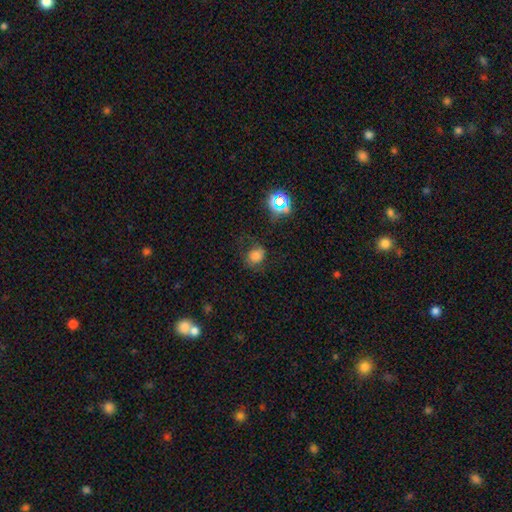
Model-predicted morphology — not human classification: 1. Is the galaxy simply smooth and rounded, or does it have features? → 71% smooth, 19% star or artifact, 9% featured or disk.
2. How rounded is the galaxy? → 59% round, 40% in between, 1% cigar-shaped.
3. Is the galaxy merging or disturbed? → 65% none, 21% minor disturbance, 12% major disturbance, 2% merger.